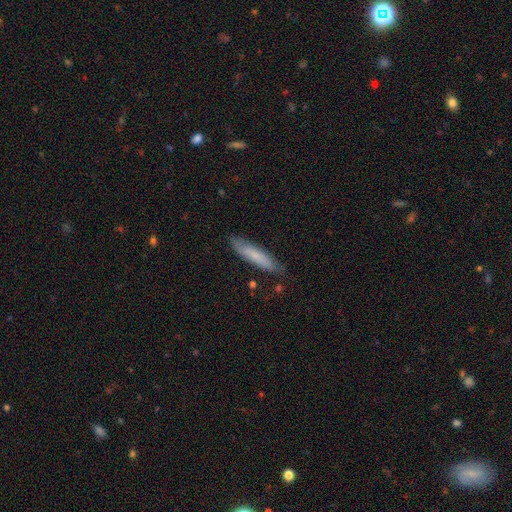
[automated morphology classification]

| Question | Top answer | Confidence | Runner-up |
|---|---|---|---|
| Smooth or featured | smooth | 71% | featured or disk (24%) |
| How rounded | cigar-shaped | 86% | in between (13%) |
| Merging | none | 80% | minor disturbance (16%) |